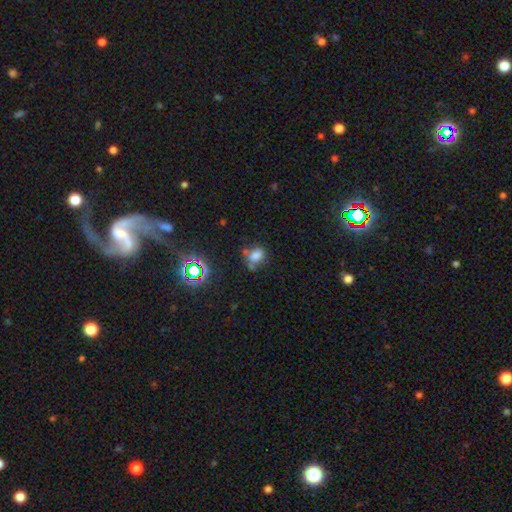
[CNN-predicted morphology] Smooth or featured: smooth — 71% (star or artifact — 19%)
How rounded: in between — 61% (round — 37%)
Merging: none — 54% (minor disturbance — 22%)